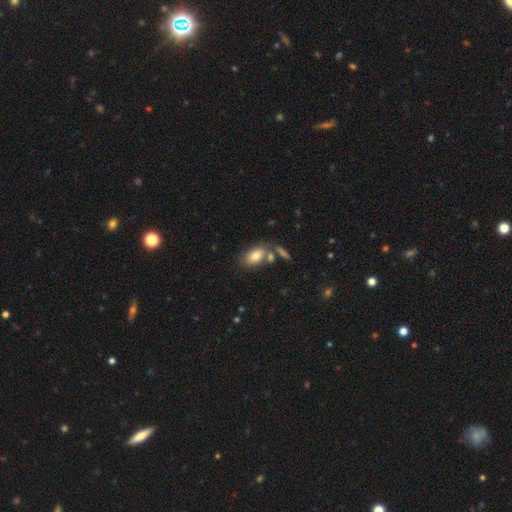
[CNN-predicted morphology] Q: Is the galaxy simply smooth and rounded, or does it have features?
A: smooth — 79%.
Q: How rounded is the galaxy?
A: in between — 88%.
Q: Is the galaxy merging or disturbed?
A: none — 61%.